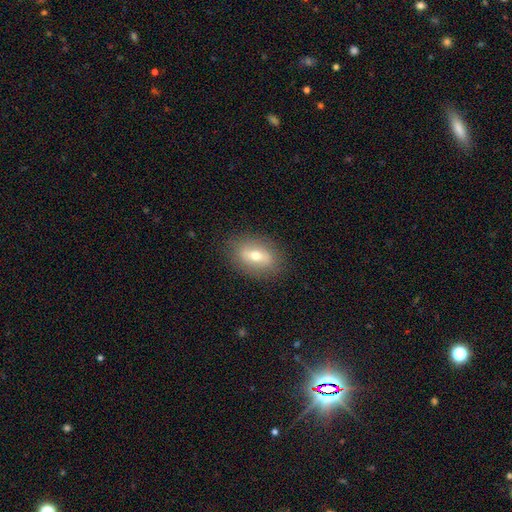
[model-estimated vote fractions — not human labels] smooth 56%, featured or disk 35%, star or artifact 9%. Down the decision tree: how rounded — in between (80%); merging — none (85%).